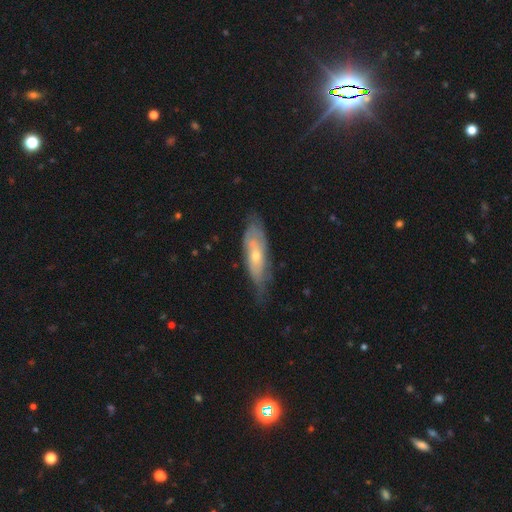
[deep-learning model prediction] Smooth or featured? Predicted: featured or disk (p=0.59). Edge-on disk? Predicted: no (p=0.72). Merging? Predicted: none (p=0.58).